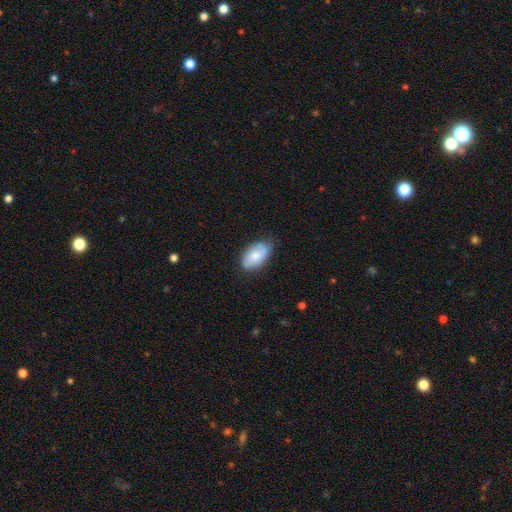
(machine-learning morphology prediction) smooth_or_featured: smooth (p=0.67) [alt: featured or disk p=0.27]
how_rounded: in between (p=0.93) [alt: round p=0.04]
merging: none (p=0.69) [alt: minor disturbance p=0.24]